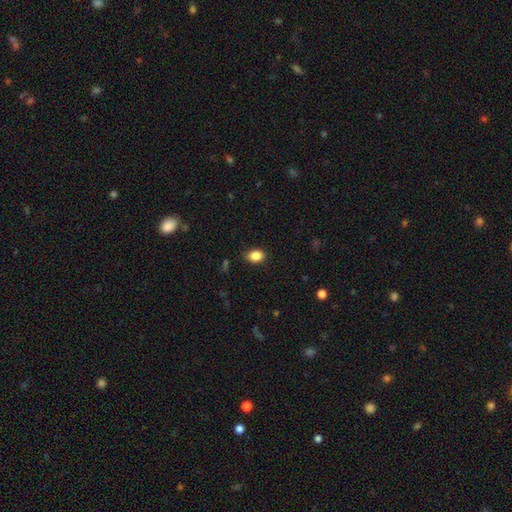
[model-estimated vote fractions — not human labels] A smooth galaxy with no disk features (87%) that is in between round and cigar-shaped (76%). Merging: none (86%).